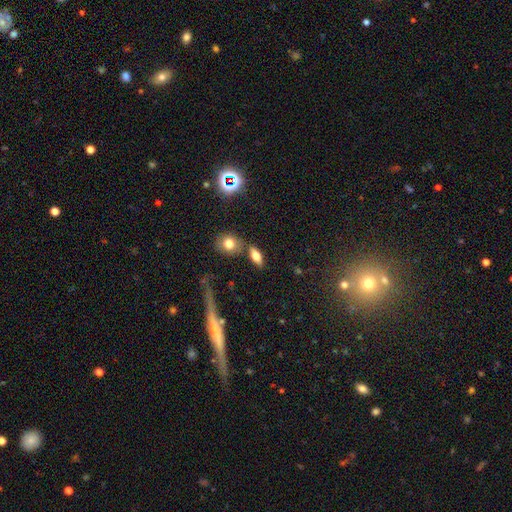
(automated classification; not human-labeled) smooth_or_featured: smooth (p=0.73) [alt: featured or disk p=0.17]
how_rounded: in between (p=0.79) [alt: cigar-shaped p=0.14]
merging: none (p=0.66) [alt: merger p=0.16]